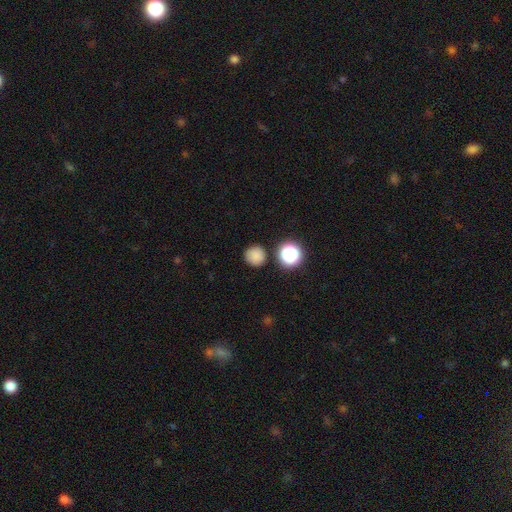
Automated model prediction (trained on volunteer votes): The model was most divided on "smooth or featured": smooth: 81%, star or artifact: 14%, featured or disk: 5%. More confident: how rounded — round (93%); merging — none (85%).